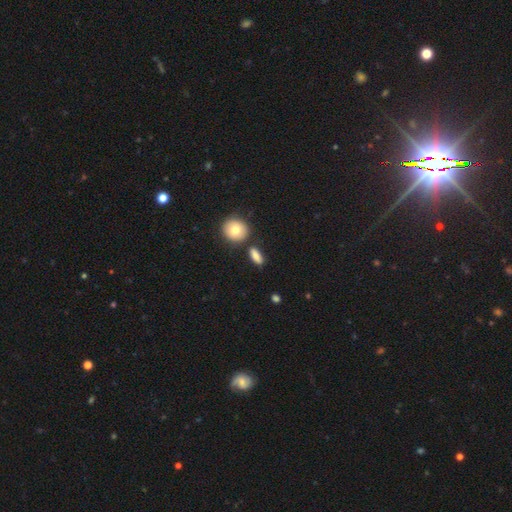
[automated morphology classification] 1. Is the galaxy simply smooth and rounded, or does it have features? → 83% smooth, 10% featured or disk, 8% star or artifact.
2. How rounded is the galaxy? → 66% in between, 21% cigar-shaped, 13% round.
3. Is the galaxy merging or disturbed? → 77% none, 13% minor disturbance, 7% merger, 4% major disturbance.